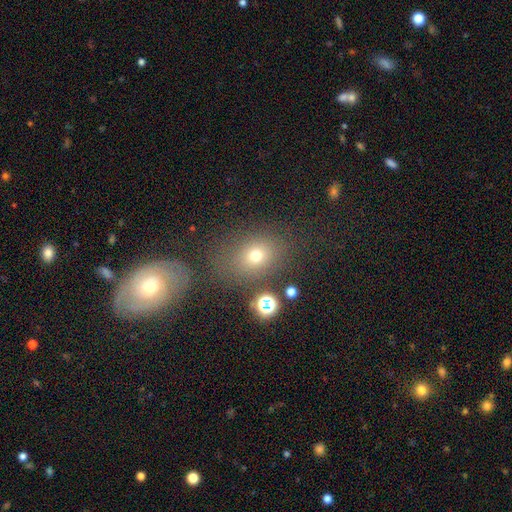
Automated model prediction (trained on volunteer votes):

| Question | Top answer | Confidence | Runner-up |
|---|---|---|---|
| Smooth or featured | smooth | 70% | star or artifact (19%) |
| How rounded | in between | 53% | round (46%) |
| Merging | none | 70% | minor disturbance (14%) |